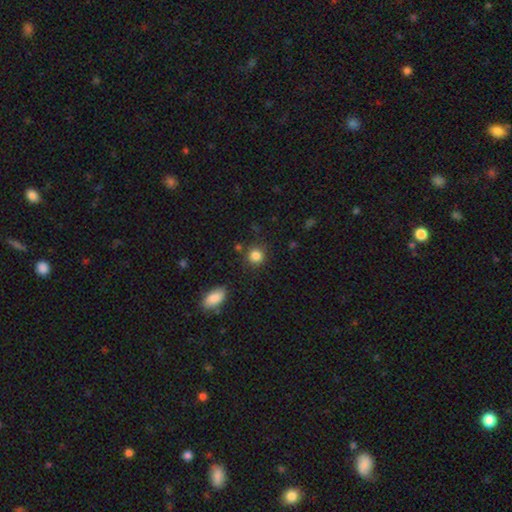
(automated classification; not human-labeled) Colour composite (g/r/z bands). It shows a smooth galaxy with no disk features (85%) that is round (88%). Merging: none (85%).